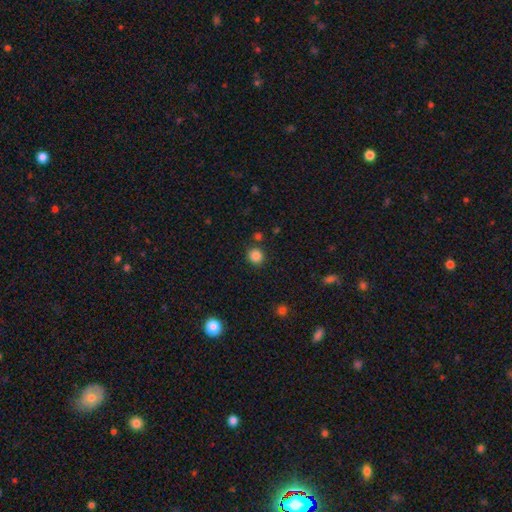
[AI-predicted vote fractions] smooth_or_featured: smooth (p=0.85) [alt: star or artifact p=0.11]
how_rounded: round (p=0.88) [alt: in between p=0.11]
merging: none (p=0.86) [alt: minor disturbance p=0.07]